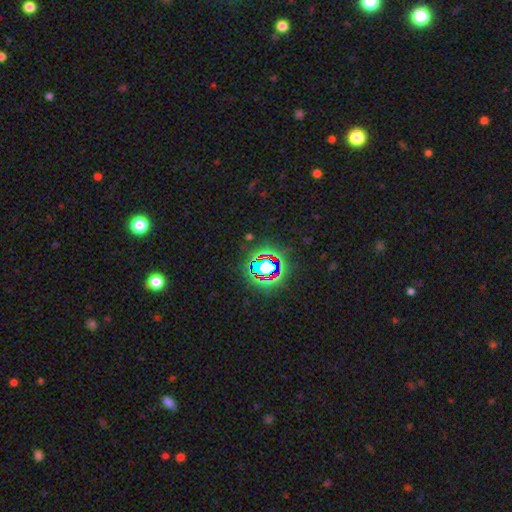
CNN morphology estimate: This appears to be a star or artifact, not a galaxy (76%).